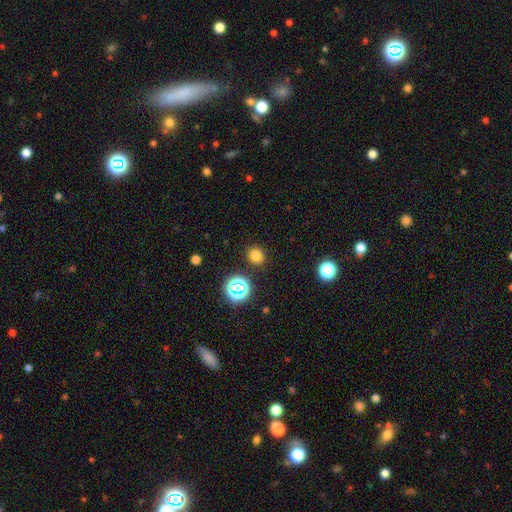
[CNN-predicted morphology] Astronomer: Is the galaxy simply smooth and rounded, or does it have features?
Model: smooth — 76%.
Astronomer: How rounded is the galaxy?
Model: round — 73%.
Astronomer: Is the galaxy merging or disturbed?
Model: none — 87%.